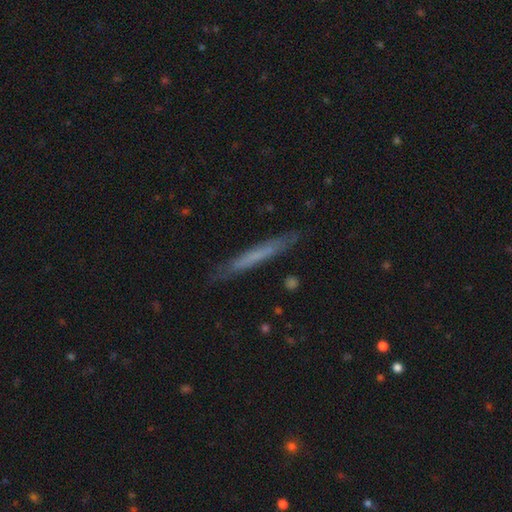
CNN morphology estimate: This appears to be a smooth galaxy with no disk features (54%) that is cigar-shaped (96%). Merging: none (85%).